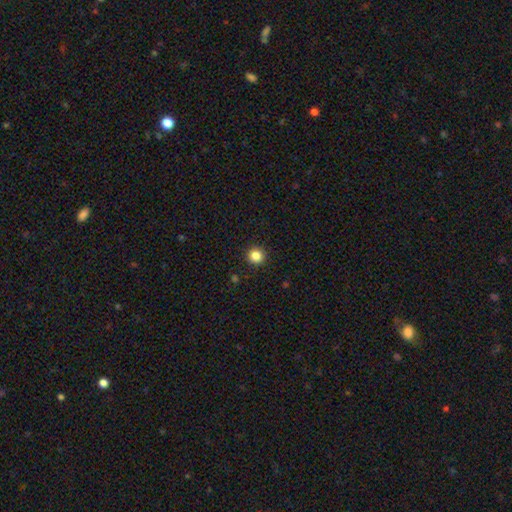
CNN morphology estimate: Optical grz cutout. It shows a smooth galaxy with no disk features (84%) that is round (95%). Merging: none (93%).